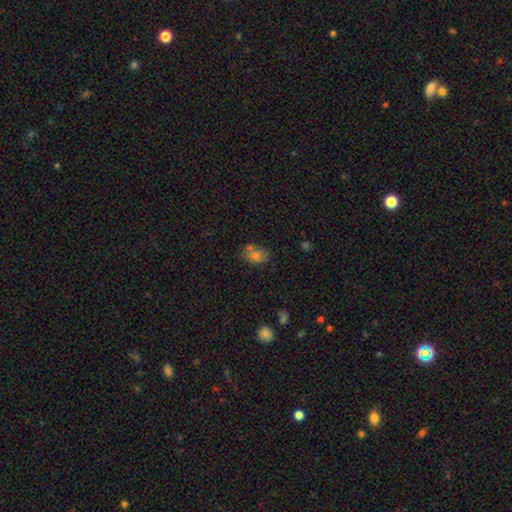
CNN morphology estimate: A smooth galaxy with no disk features (71%) that is in between round and cigar-shaped (72%).

Vote fractions:
- Smooth or featured? smooth: 71% / star or artifact: 16% / featured or disk: 14%
- How rounded? in between: 72% / round: 26% / cigar-shaped: 2%
- Merging? none: 57% / merger: 20% / minor disturbance: 17% / major disturbance: 5%